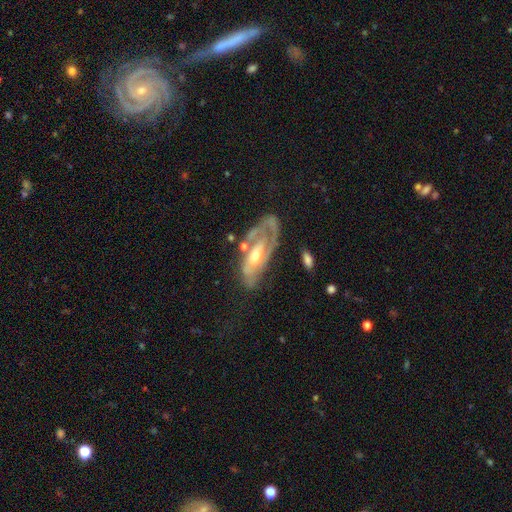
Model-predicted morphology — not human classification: This appears to be a featured or disk galaxy (80%) with no bar (53%), 1 (31%) tight (54%) spiral arms (82%) and a moderate central bulge (60%). Merging: none (42%).